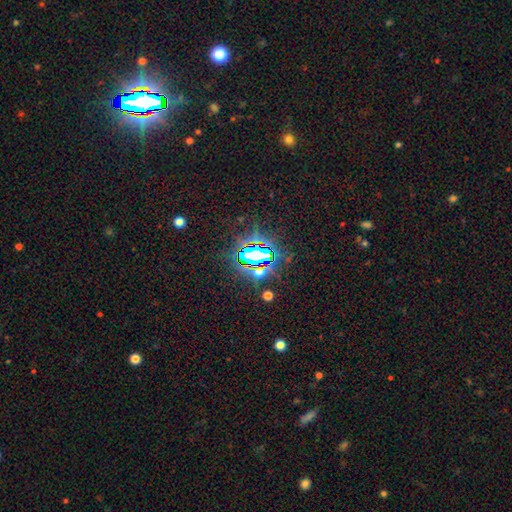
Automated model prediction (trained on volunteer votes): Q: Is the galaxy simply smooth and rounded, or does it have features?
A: star or artifact — 76%.